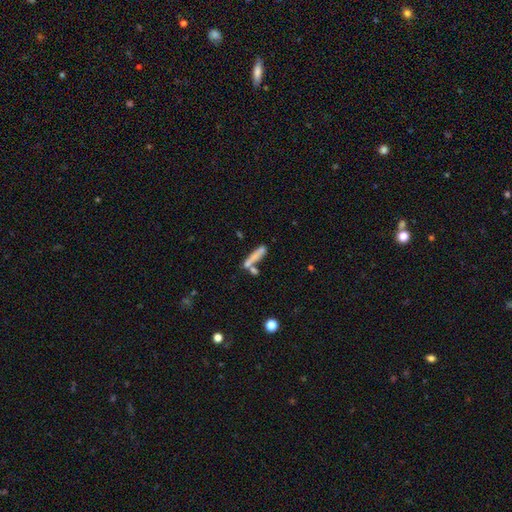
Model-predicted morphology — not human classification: Smooth or featured? Predicted: smooth (p=0.69). How rounded? Predicted: cigar-shaped (p=0.82). Merging? Predicted: none (p=0.48).